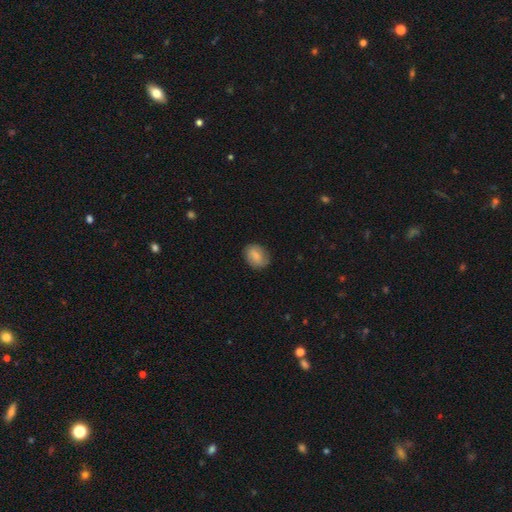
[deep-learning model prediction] A smooth galaxy with no disk features (76%) that is in between round and cigar-shaped (61%).

Vote fractions:
- Smooth or featured? smooth: 76% / featured or disk: 17% / star or artifact: 7%
- How rounded? in between: 61% / round: 38% / cigar-shaped: 1%
- Merging? none: 81% / minor disturbance: 15% / major disturbance: 3% / merger: 1%